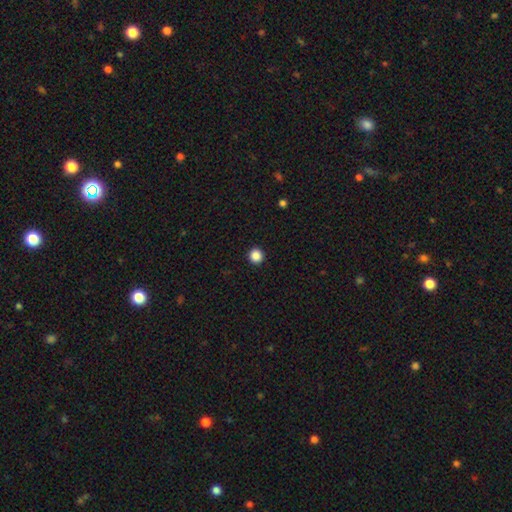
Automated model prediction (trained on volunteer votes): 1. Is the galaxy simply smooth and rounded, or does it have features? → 87% smooth, 10% star or artifact, 2% featured or disk.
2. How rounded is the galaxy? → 95% round, 4% in between, 1% cigar-shaped.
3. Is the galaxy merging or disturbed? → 94% none, 4% minor disturbance, 1% major disturbance, 1% merger.